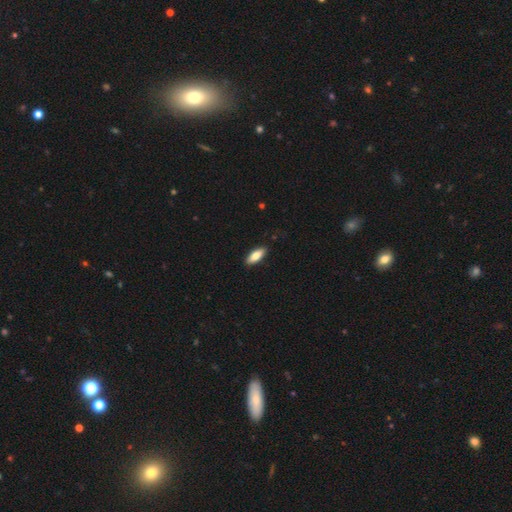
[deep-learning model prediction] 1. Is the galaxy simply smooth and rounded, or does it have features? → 78% smooth, 16% featured or disk, 6% star or artifact.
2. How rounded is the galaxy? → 70% in between, 28% cigar-shaped, 2% round.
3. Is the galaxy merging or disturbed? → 89% none, 8% minor disturbance, 2% major disturbance, 1% merger.